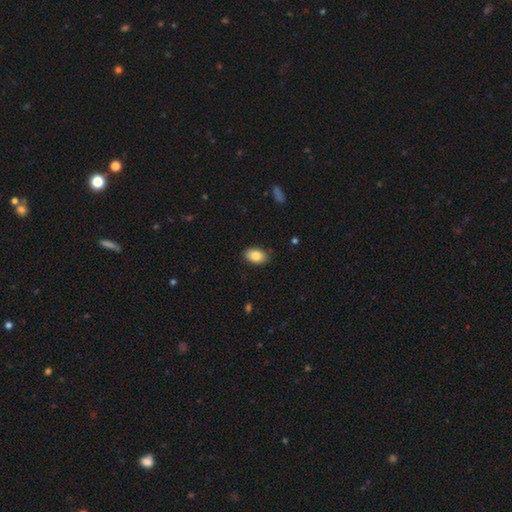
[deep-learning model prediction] Smooth or featured?
  - smooth: 85% *
  - featured or disk: 8%
  - star or artifact: 7%
How rounded?
  - in between: 90% *
  - round: 8%
  - cigar-shaped: 1%
Merging?
  - none: 88% *
  - minor disturbance: 9%
  - major disturbance: 2%
  - merger: 1%